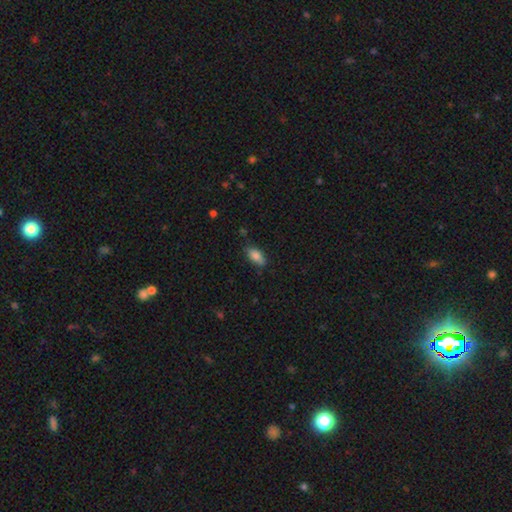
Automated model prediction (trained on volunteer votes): smooth-or-featured: smooth: 83% | featured or disk: 9% | star or artifact: 7%
  how-rounded: in between: 90% | cigar-shaped: 7% | round: 3%
  merging: none: 78% | minor disturbance: 17% | major disturbance: 3% | merger: 2%